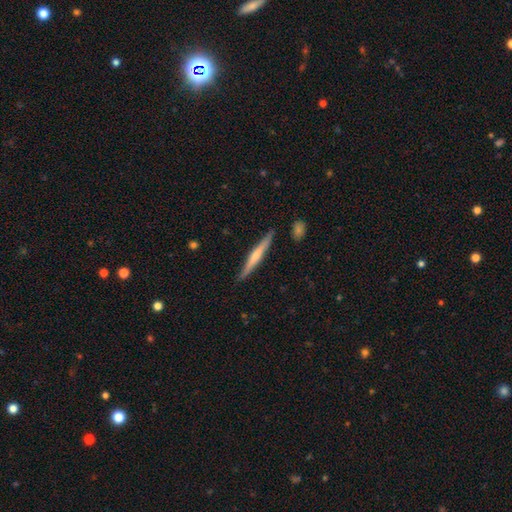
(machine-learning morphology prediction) featured or disk 52%, smooth 43%, star or artifact 5%. Down the decision tree: edge-on disk — yes (97%); edge-on bulge — rounded (50%); merging — none (88%).